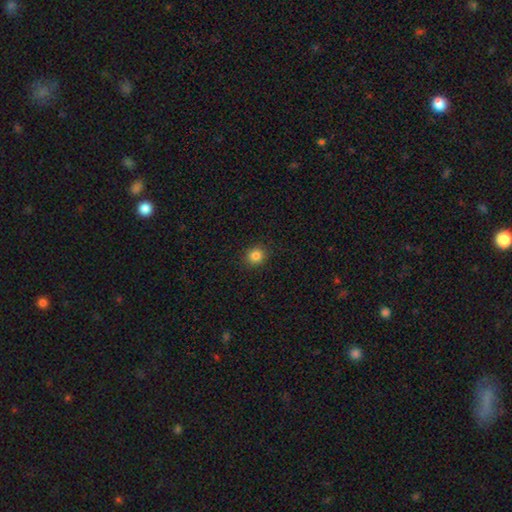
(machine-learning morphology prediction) A smooth galaxy with no disk features (84%) that is round (84%). Merging: none (91%).